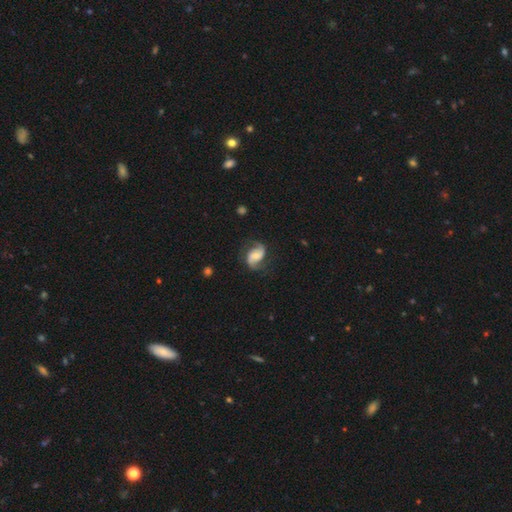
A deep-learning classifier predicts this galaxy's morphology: Smooth or featured?
  - featured or disk: 81% *
  - smooth: 14%
  - star or artifact: 6%
Edge-on disk?
  - no: 98% *
  - yes: 2%
Bar?
  - no: 48% *
  - weak: 38%
  - strong: 14%
Spiral arms?
  - yes: 96% *
  - no: 4%
Spiral winding?
  - medium: 43% *
  - loose: 41%
  - tight: 16%
Spiral arm count?
  - 2: 92% *
  - can't tell: 3%
  - 1: 2%
  - 3: 1%
  - 4: 1%
  - more than 4: 1%
Bulge size?
  - moderate: 48% *
  - small: 40%
  - large: 5%
  - none: 5%
  - dominant: 1%
Merging?
  - none: 72% *
  - minor disturbance: 18%
  - major disturbance: 9%
  - merger: 1%